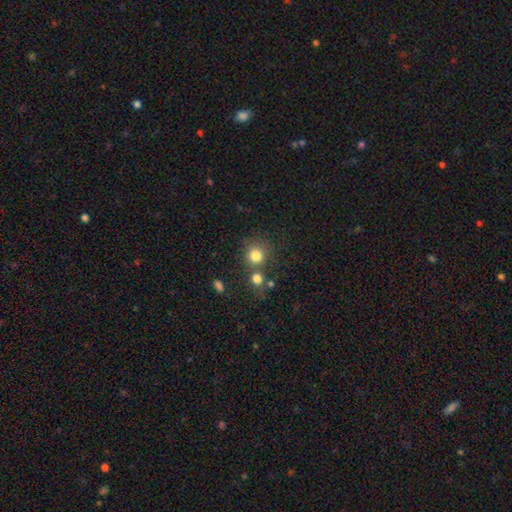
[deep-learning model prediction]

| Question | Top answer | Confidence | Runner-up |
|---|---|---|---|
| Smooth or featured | smooth | 80% | star or artifact (13%) |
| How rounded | round | 89% | in between (10%) |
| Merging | none | 62% | merger (23%) |